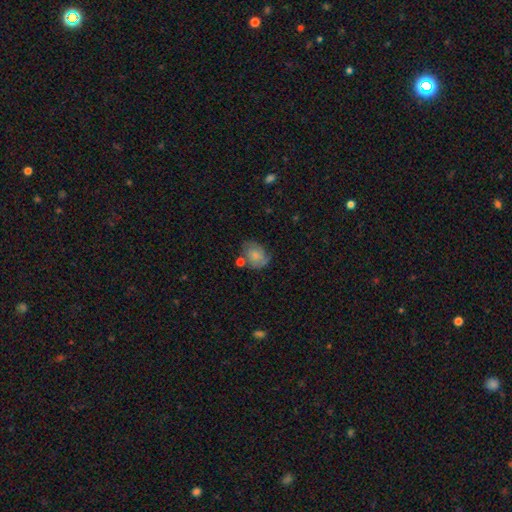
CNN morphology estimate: type=smooth (65%); roundness=in between (59%); merging=none (51%).